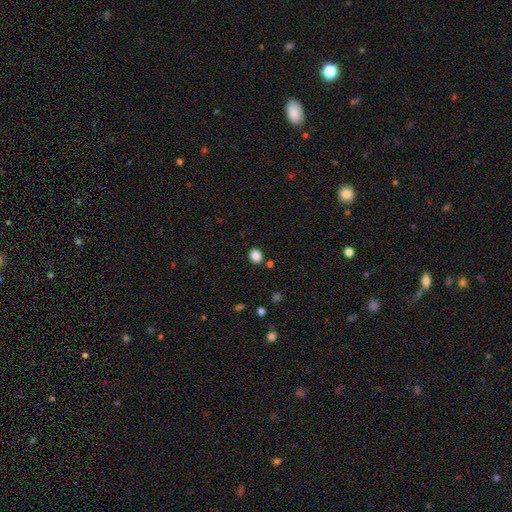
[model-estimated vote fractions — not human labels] This is clearly a smooth galaxy (86%). How rounded: possibly round (53%). Merging: clearly none (85%).